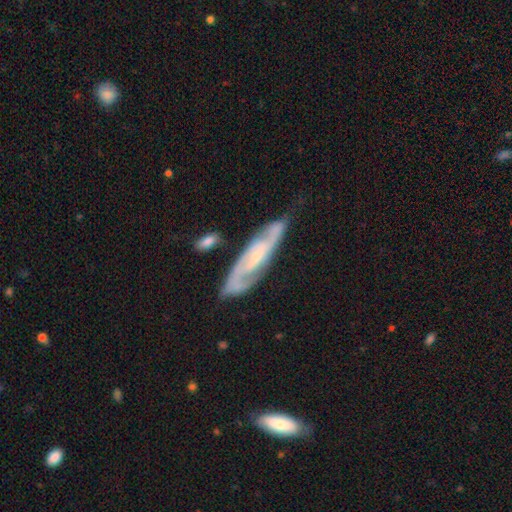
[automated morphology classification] type=featured or disk (84%); edge-on=no (85%); bar=no (48%); spiral arms=yes (96%); winding=tight (50%); arm count=2 (75%); bulge=small (68%); merging=none (66%).